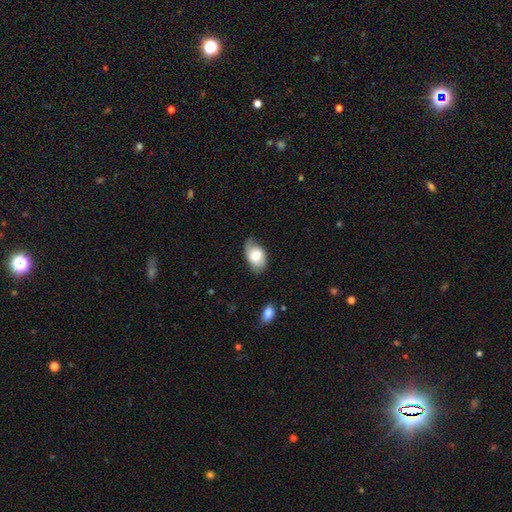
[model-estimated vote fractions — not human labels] This is likely a smooth galaxy (68%). How rounded: clearly in between (90%). Merging: possibly none (52%).